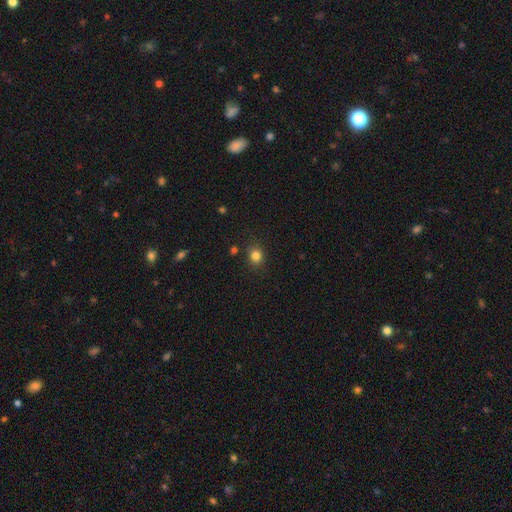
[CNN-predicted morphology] The model was most divided on "how rounded": round: 69%, in between: 30%, cigar-shaped: 1%. More confident: merging — none (85%); smooth or featured — smooth (83%).